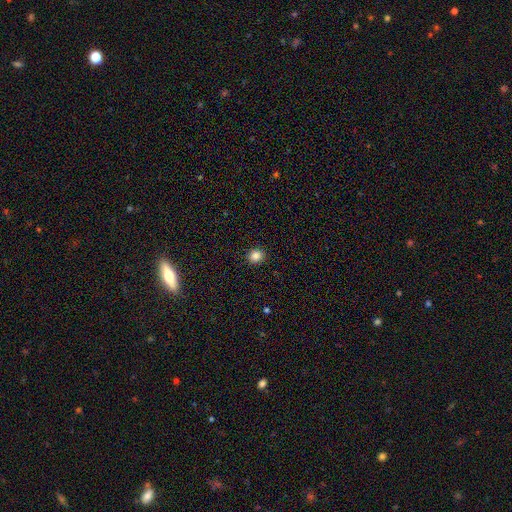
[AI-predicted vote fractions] The model was most divided on "how rounded": round: 84%, in between: 15%, cigar-shaped: 1%. More confident: merging — none (92%); smooth or featured — smooth (84%).